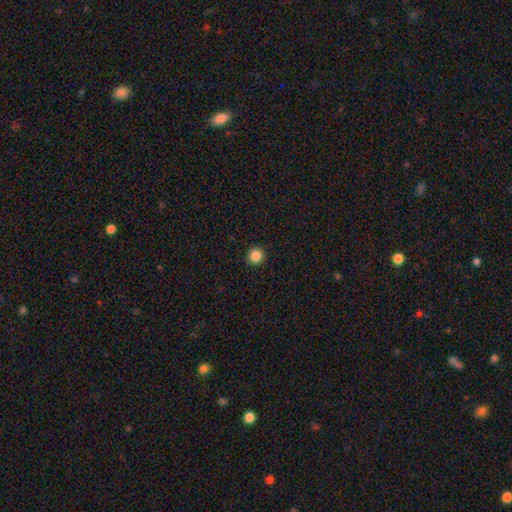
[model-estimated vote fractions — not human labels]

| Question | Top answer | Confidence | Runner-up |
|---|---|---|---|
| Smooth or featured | smooth | 86% | star or artifact (11%) |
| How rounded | round | 93% | in between (6%) |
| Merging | none | 93% | minor disturbance (5%) |